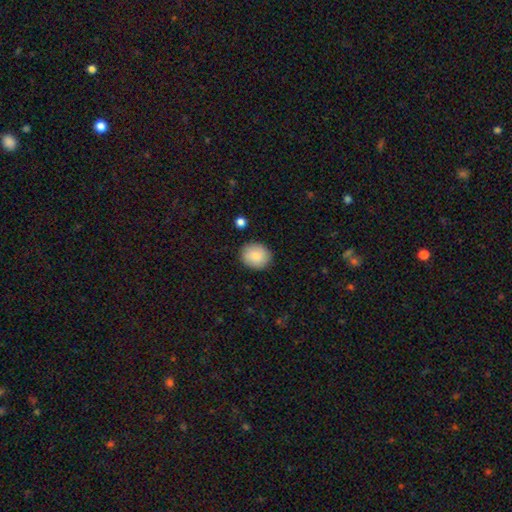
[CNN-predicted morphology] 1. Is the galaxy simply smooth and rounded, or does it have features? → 84% smooth, 8% featured or disk, 7% star or artifact.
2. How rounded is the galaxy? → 78% round, 21% in between, 1% cigar-shaped.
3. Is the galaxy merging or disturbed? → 88% none, 8% minor disturbance, 2% major disturbance, 1% merger.